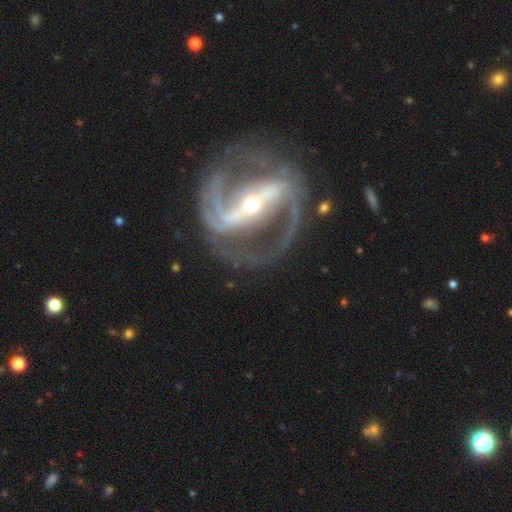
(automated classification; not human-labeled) Smooth or featured? featured or disk (92%)
Edge-on disk? no (95%)
Bar? strong (78%)
Spiral arms? yes (97%)
Spiral winding? medium (55%)
Spiral arm count? 2 (89%)
Bulge size? small (62%)
Merging? none (75%)